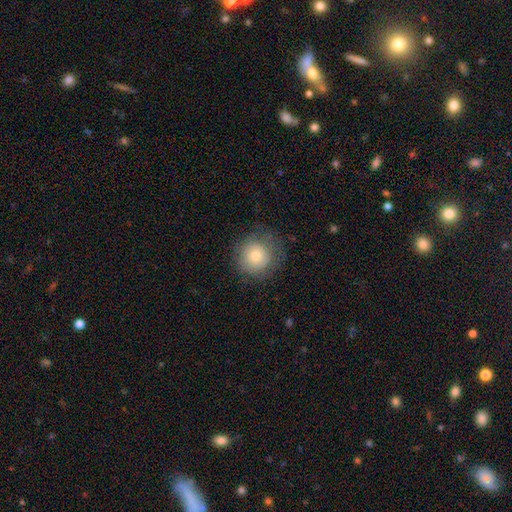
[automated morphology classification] Smooth or featured? Predicted: smooth (p=0.72). How rounded? Predicted: round (p=0.92). Merging? Predicted: none (p=0.76).